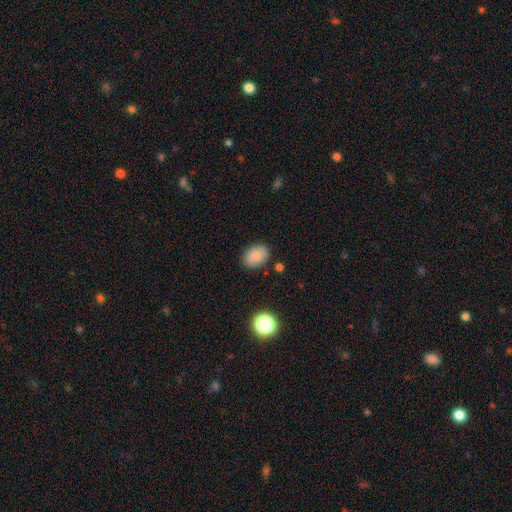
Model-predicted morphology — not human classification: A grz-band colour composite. It shows a smooth galaxy with no disk features (86%) that is in between round and cigar-shaped (79%). Merging: none (85%).